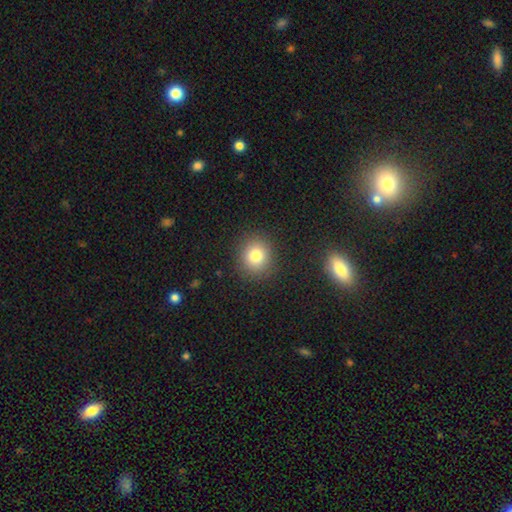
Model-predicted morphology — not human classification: This is likely a smooth galaxy (80%). How rounded: clearly round (85%). Merging: clearly none (89%).